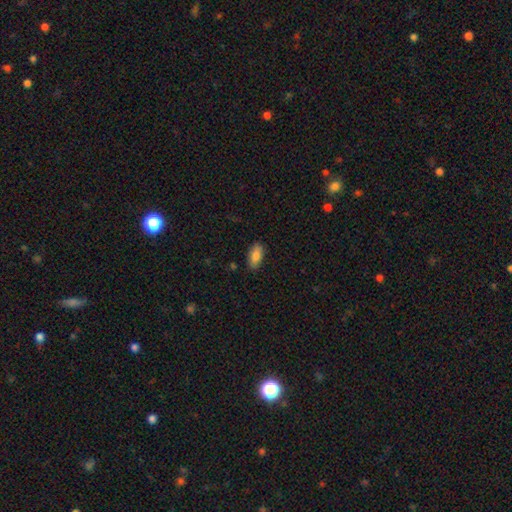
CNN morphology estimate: smooth-or-featured: smooth: 83% | featured or disk: 10% | star or artifact: 7%
  how-rounded: in between: 87% | cigar-shaped: 10% | round: 2%
  merging: none: 86% | minor disturbance: 11% | major disturbance: 2% | merger: 1%